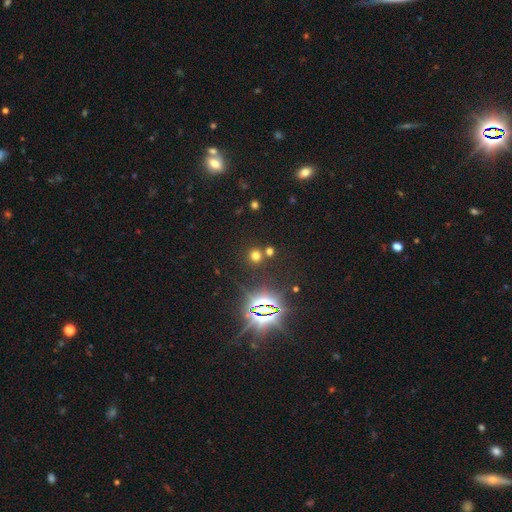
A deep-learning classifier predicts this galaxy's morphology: Smooth or featured: smooth — 54% (star or artifact — 38%)
How rounded: round — 90% (in between — 9%)
Merging: none — 76% (merger — 14%)